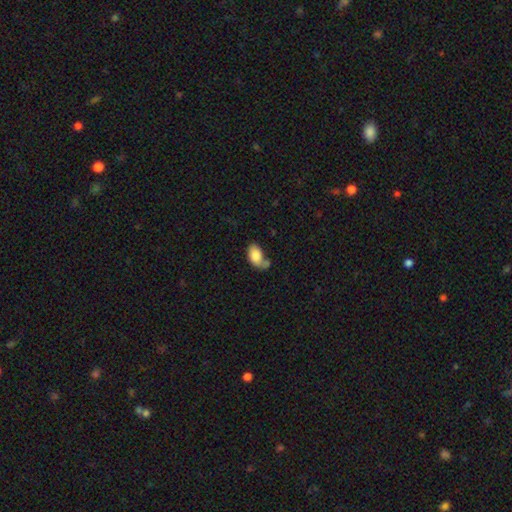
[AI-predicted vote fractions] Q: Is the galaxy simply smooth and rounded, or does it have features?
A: smooth — 81%.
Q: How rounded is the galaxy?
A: in between — 91%.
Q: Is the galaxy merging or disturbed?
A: none — 35%.